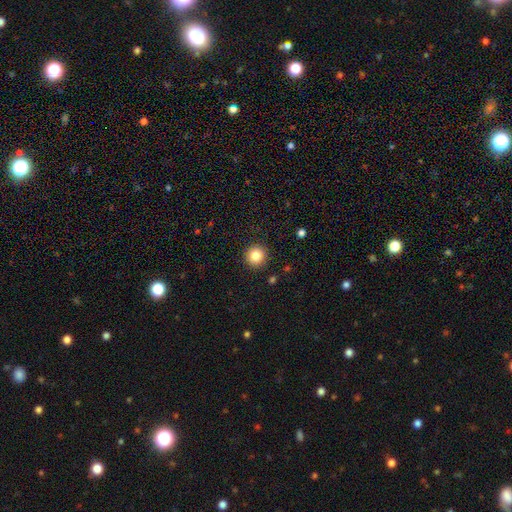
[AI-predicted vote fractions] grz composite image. It shows a smooth galaxy with no disk features (84%) that is round (95%). Merging: none (92%).